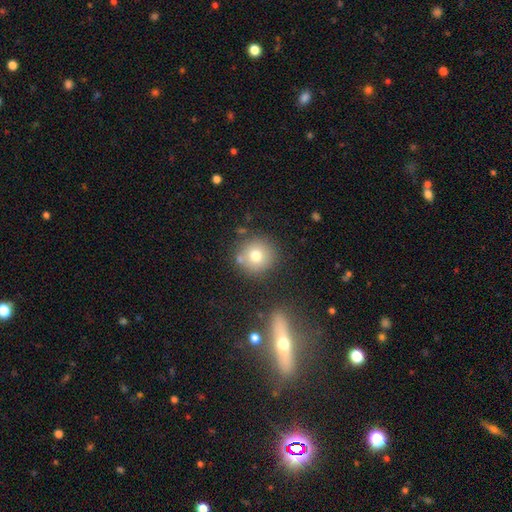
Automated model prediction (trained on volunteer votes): Smooth or featured?
  - smooth: 74% *
  - featured or disk: 14%
  - star or artifact: 13%
How rounded?
  - round: 93% *
  - in between: 6%
  - cigar-shaped: 1%
Merging?
  - none: 77% *
  - minor disturbance: 10%
  - merger: 9%
  - major disturbance: 4%